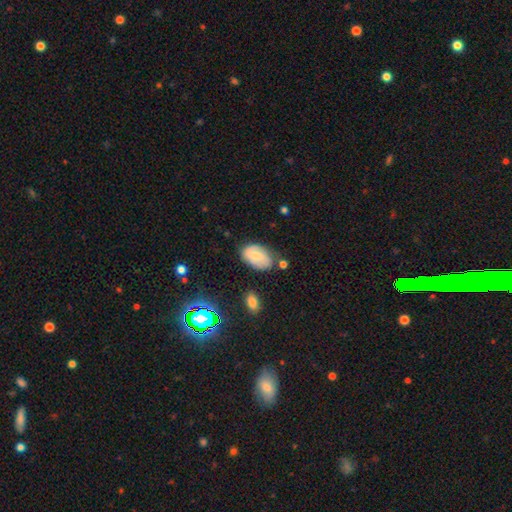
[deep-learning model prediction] Smooth or featured: smooth — 59% (featured or disk — 32%)
How rounded: in between — 90% (round — 8%)
Merging: none — 65% (minor disturbance — 23%)